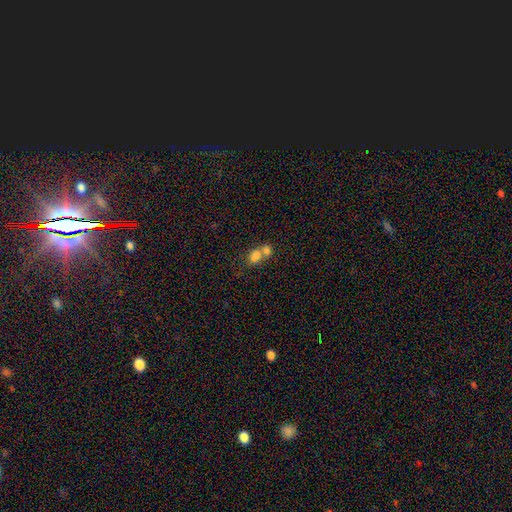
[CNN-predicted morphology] Smooth or featured? smooth (74%)
How rounded? in between (57%)
Merging? merger (71%)